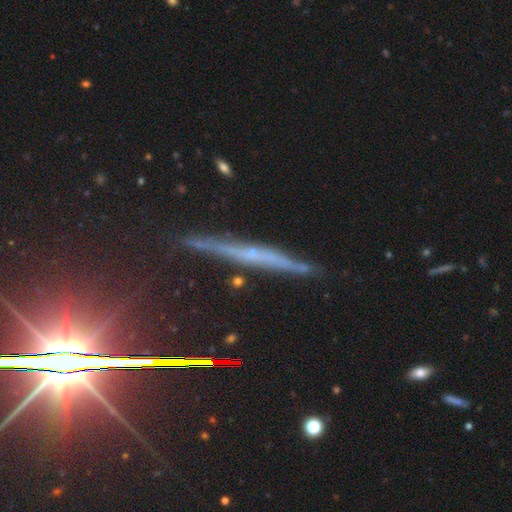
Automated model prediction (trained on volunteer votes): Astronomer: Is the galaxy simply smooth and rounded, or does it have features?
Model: featured or disk — 63%.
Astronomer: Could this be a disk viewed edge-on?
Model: yes — 95%.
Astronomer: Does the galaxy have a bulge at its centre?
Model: none — 54% (runner-up: rounded, 38%).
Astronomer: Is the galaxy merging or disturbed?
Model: none — 85%.